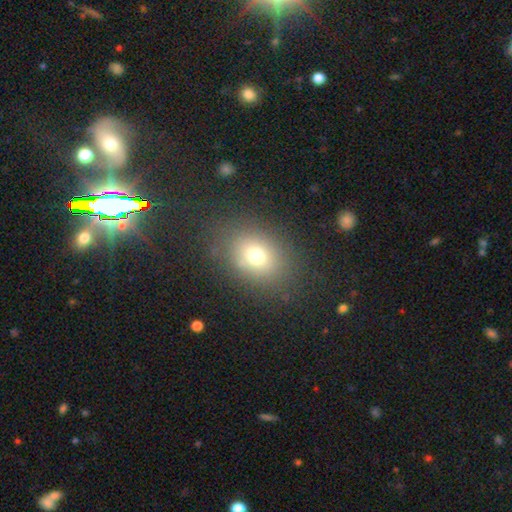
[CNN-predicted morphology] This is likely a smooth galaxy (72%). How rounded: possibly in between (59%). Merging: likely none (78%).